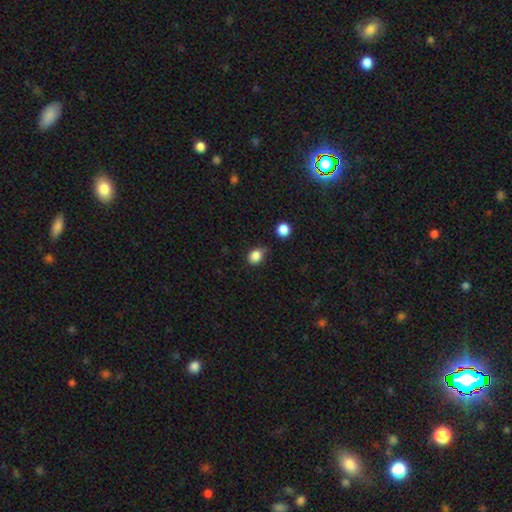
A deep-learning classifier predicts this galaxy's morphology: A smooth galaxy with no disk features (85%) that is round (55%).

Vote fractions:
- Smooth or featured? smooth: 85% / star or artifact: 11% / featured or disk: 5%
- How rounded? round: 55% / in between: 44% / cigar-shaped: 1%
- Merging? none: 63% / minor disturbance: 27% / major disturbance: 6% / merger: 4%